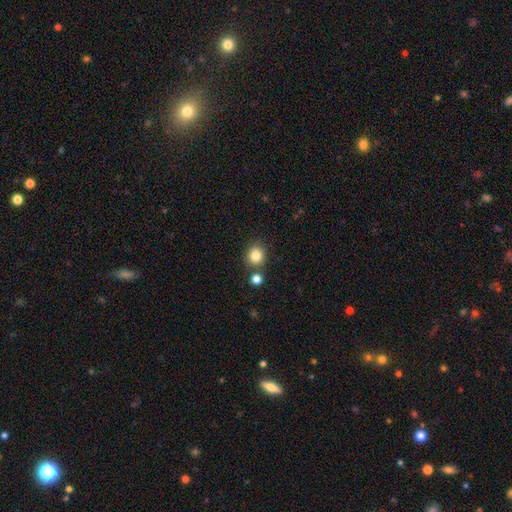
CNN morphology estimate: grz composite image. It shows a smooth galaxy with no disk features (83%) that is round (85%). Merging: none (79%).